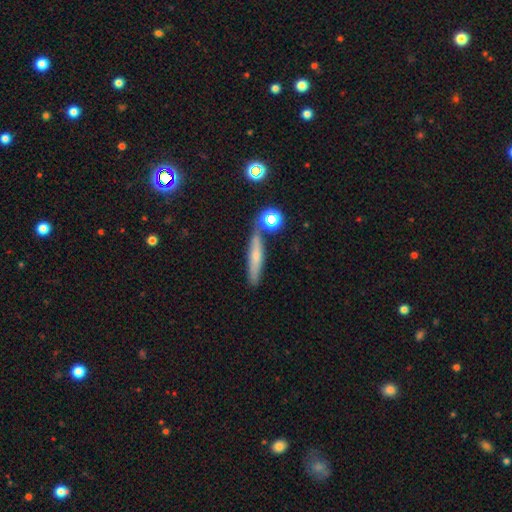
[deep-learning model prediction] smooth_or_featured: smooth (p=0.55) [alt: featured or disk p=0.34]
how_rounded: cigar-shaped (p=0.86) [alt: in between p=0.09]
merging: none (p=0.76) [alt: minor disturbance p=0.12]